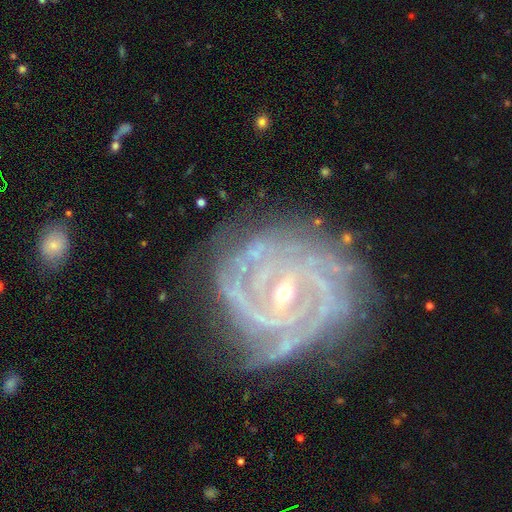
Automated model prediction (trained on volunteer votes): This is clearly a featured or disk galaxy (90%). It is clearly not viewed edge-on (97%). Bar: marginally weak (45%). Spiral arm pattern: clearly yes (97%). Spiral arm count: marginally 2 (25%). Spiral winding: likely tight (75%). Central bulge: likely small (69%). Merging: likely none (70%).